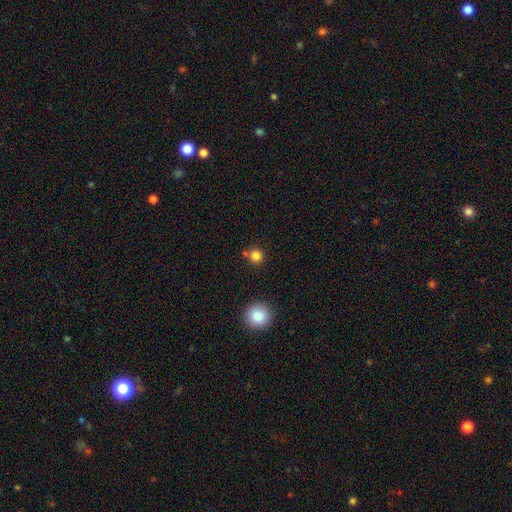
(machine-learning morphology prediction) A smooth galaxy with no disk features (82%) that is round (92%). Merging: none (73%).